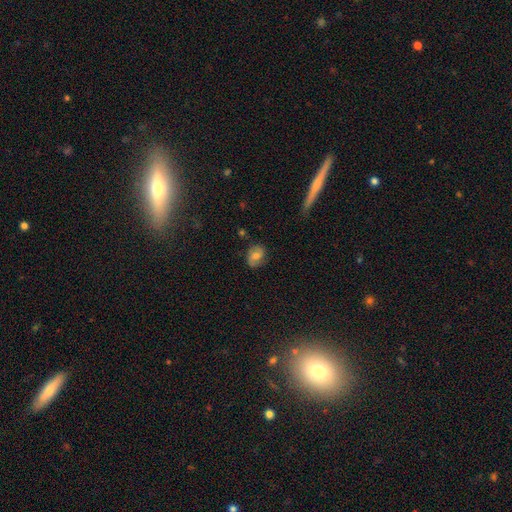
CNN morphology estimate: This is possibly a smooth galaxy (51%). How rounded: possibly in between (55%). Merging: likely none (77%).